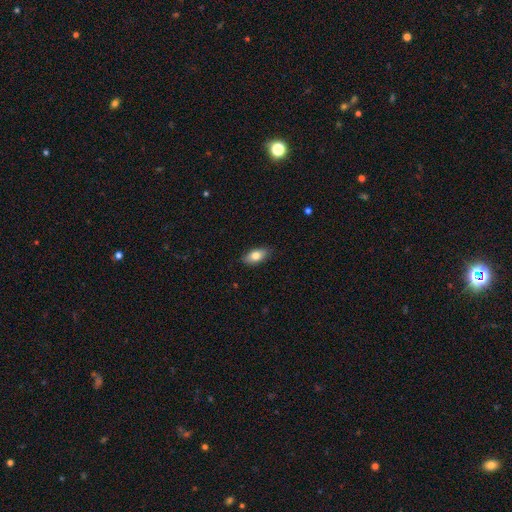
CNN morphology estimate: The model was most divided on "smooth or featured": smooth: 77%, featured or disk: 16%, star or artifact: 7%. More confident: how rounded — in between (89%); merging — none (87%).